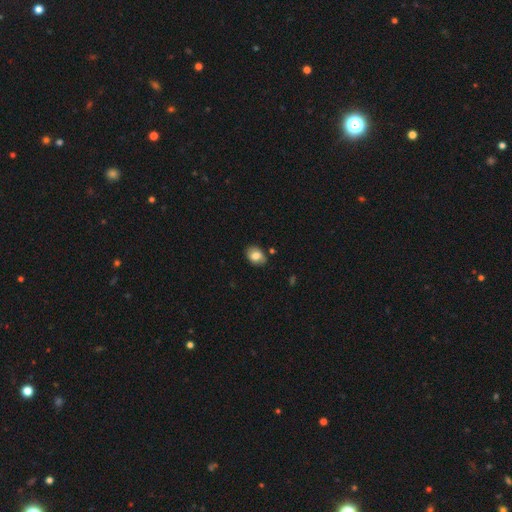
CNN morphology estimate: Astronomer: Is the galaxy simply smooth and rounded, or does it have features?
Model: smooth — 80%.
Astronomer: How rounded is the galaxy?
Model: in between — 74%.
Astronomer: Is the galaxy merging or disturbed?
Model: none — 80%.